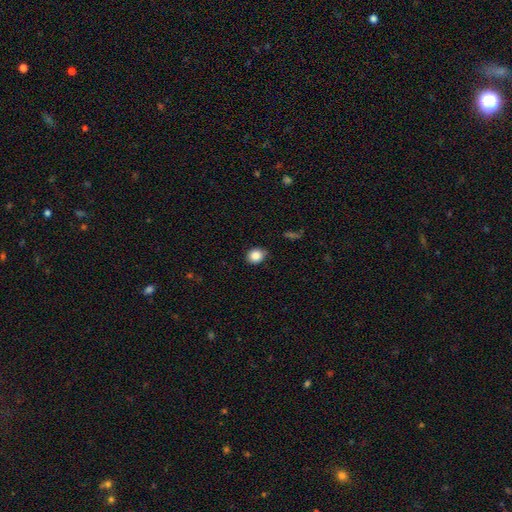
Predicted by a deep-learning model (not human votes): A smooth galaxy with no disk features (86%) that is round (67%).

Vote fractions:
- Smooth or featured? smooth: 86% / star or artifact: 9% / featured or disk: 5%
- How rounded? round: 67% / in between: 32% / cigar-shaped: 1%
- Merging? none: 83% / minor disturbance: 13% / major disturbance: 2% / merger: 1%